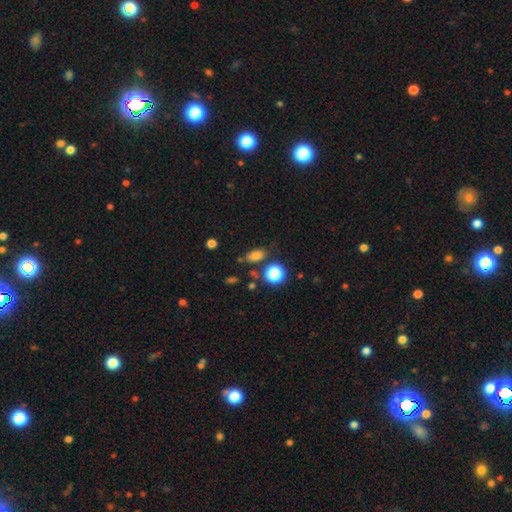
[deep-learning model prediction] Overall: smooth (77%). How rounded: in between (79%). Merging: none (74%).